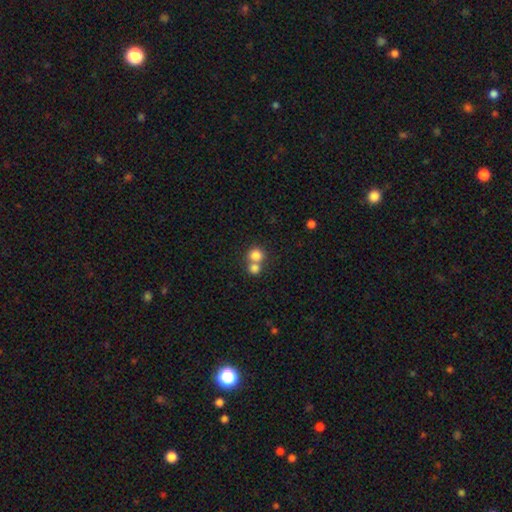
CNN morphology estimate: Smooth or featured?
  - smooth: 79% *
  - star or artifact: 11%
  - featured or disk: 10%
How rounded?
  - round: 87% *
  - in between: 13%
  - cigar-shaped: 1%
Merging?
  - merger: 50% *
  - none: 42%
  - minor disturbance: 5%
  - major disturbance: 3%